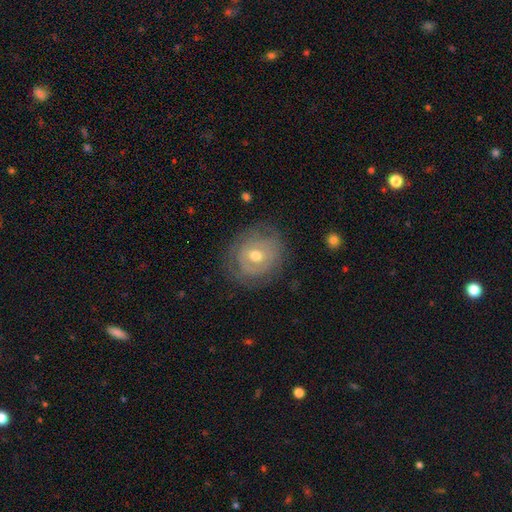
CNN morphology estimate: Q: Smooth or featured?
A: featured or disk (59%); runner-up: smooth (33%)
Q: Edge-on disk?
A: no (96%); runner-up: yes (4%)
Q: Bar?
A: no (63%); runner-up: weak (30%)
Q: Spiral arms?
A: yes (57%); runner-up: no (43%)
Q: Bulge size?
A: moderate (68%); runner-up: small (27%)
Q: Merging?
A: none (72%); runner-up: minor disturbance (19%)